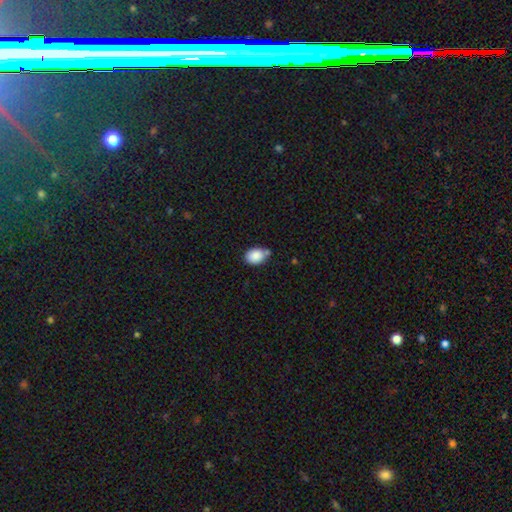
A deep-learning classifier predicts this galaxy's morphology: This is clearly a smooth galaxy (88%). How rounded: likely in between (70%). Merging: likely none (61%).